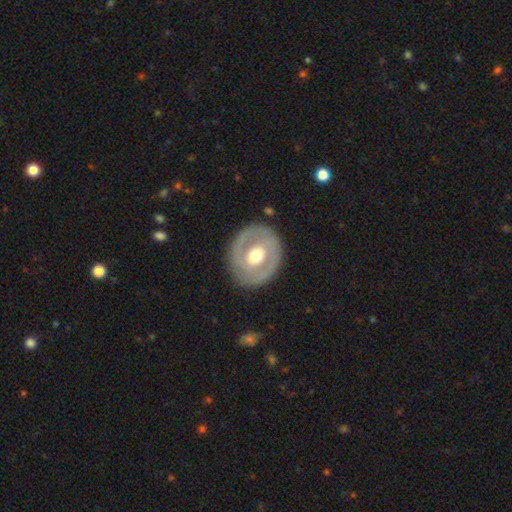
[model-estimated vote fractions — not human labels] Smooth or featured: featured or disk — 64% (smooth — 31%)
Edge-on disk: no — 96% (yes — 4%)
Bar: no — 65% (weak — 25%)
Spiral arms: no — 65% (yes — 35%)
Bulge size: moderate — 69% (large — 20%)
Merging: none — 82% (minor disturbance — 12%)